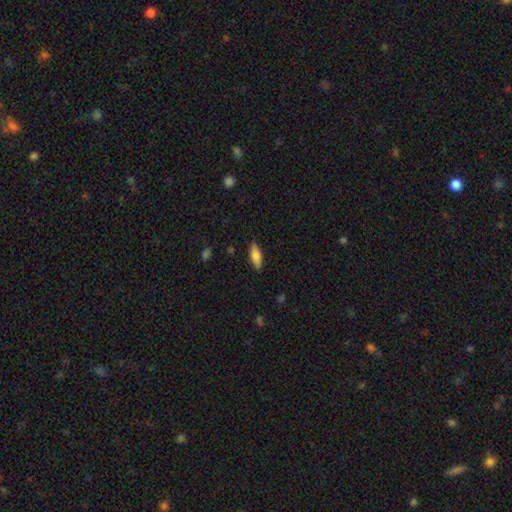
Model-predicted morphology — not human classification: The model was most divided on "how rounded": in between: 55%, cigar-shaped: 43%, round: 2%. More confident: merging — none (87%); smooth or featured — smooth (75%).